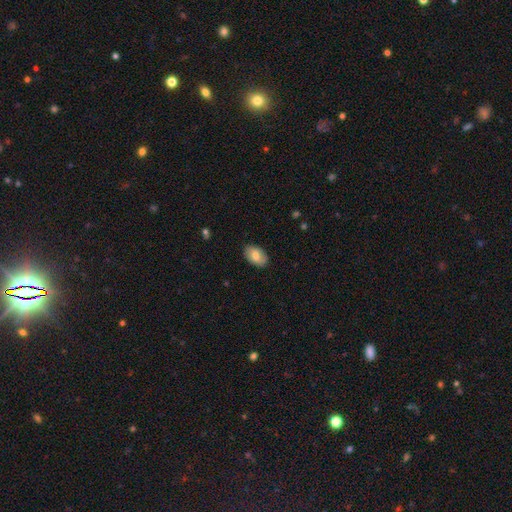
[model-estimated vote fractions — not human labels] Smooth or featured? smooth (73%)
How rounded? in between (90%)
Merging? none (86%)